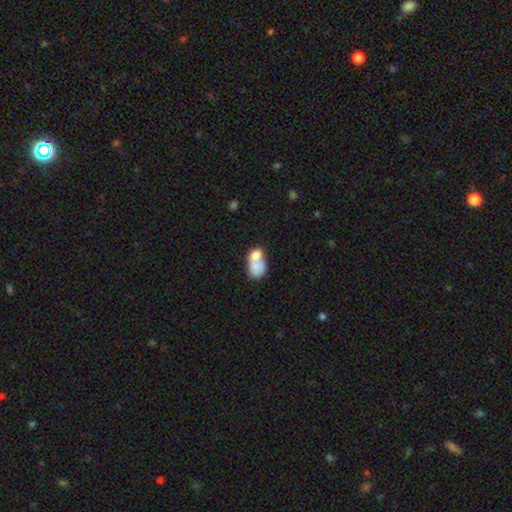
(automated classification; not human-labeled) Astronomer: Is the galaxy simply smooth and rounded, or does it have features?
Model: smooth — 64%.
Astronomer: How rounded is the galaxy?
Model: in between — 69%.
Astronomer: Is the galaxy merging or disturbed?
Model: merger — 46% (runner-up: none, 33%).